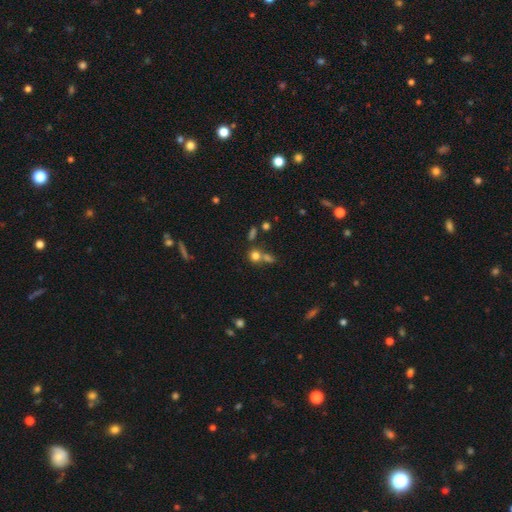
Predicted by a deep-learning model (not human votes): This is likely a smooth galaxy (73%). How rounded: clearly round (84%). Merging: possibly none (51%).